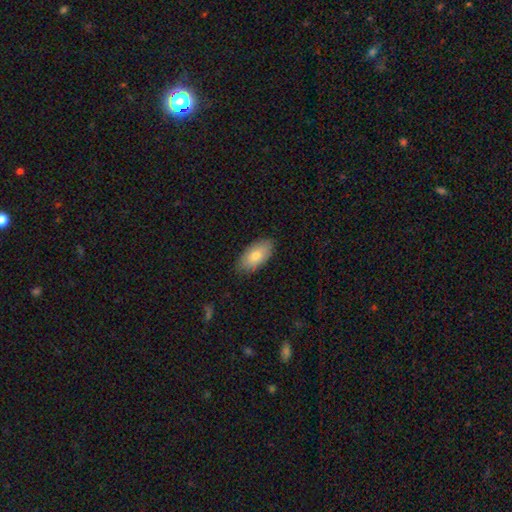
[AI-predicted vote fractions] A smooth galaxy with no disk features (81%) that is in between round and cigar-shaped (93%).

Vote fractions:
- Smooth or featured? smooth: 81% / featured or disk: 13% / star or artifact: 6%
- How rounded? in between: 93% / cigar-shaped: 4% / round: 2%
- Merging? none: 85% / minor disturbance: 12% / major disturbance: 2% / merger: 1%